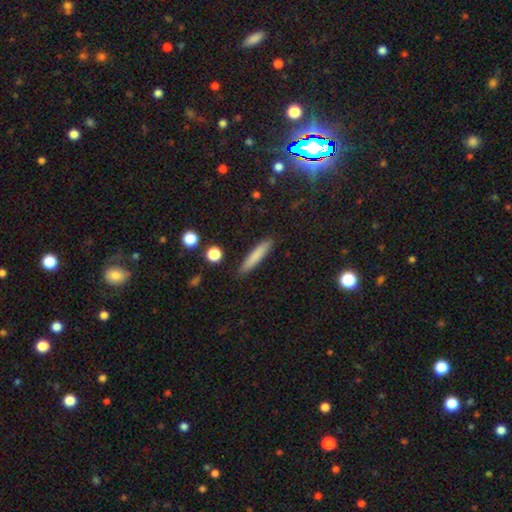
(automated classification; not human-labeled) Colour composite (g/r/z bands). It shows a smooth galaxy with no disk features (79%) that is cigar-shaped (91%). Merging: none (89%).